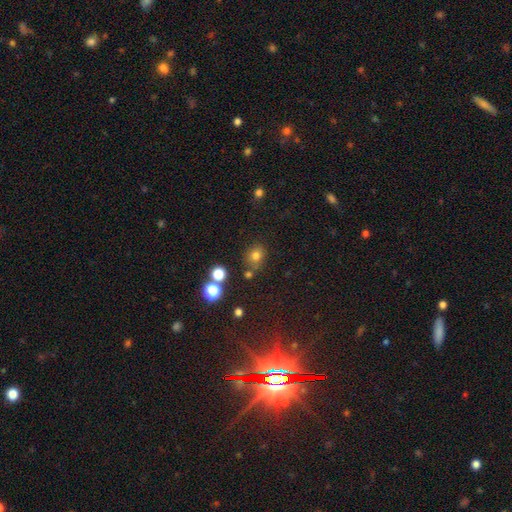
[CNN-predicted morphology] A smooth galaxy with no disk features (74%) that is round (73%).

Vote fractions:
- Smooth or featured? smooth: 74% / star or artifact: 18% / featured or disk: 7%
- How rounded? round: 73% / in between: 26% / cigar-shaped: 1%
- Merging? none: 73% / minor disturbance: 12% / merger: 10% / major disturbance: 4%